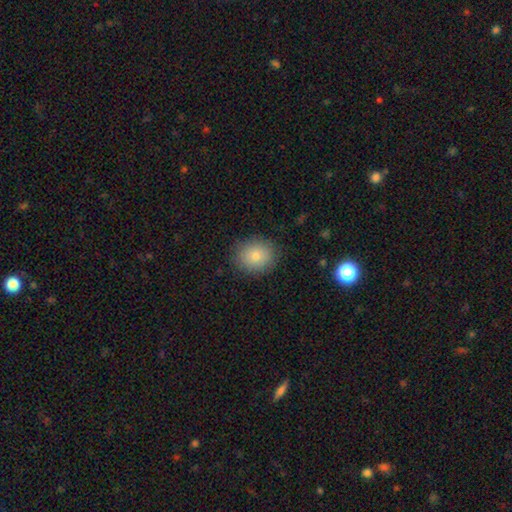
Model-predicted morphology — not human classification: Smooth or featured: smooth — 80% (star or artifact — 11%)
How rounded: round — 68% (in between — 31%)
Merging: none — 88% (minor disturbance — 9%)